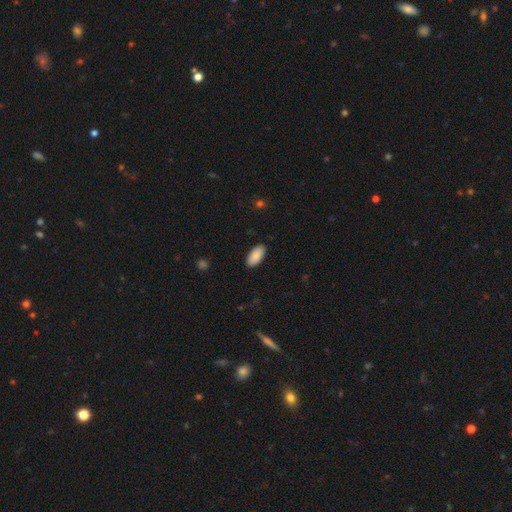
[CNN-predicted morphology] Q: Smooth or featured?
A: smooth (89%); runner-up: star or artifact (6%)
Q: How rounded?
A: in between (94%); runner-up: cigar-shaped (4%)
Q: Merging?
A: none (89%); runner-up: minor disturbance (8%)